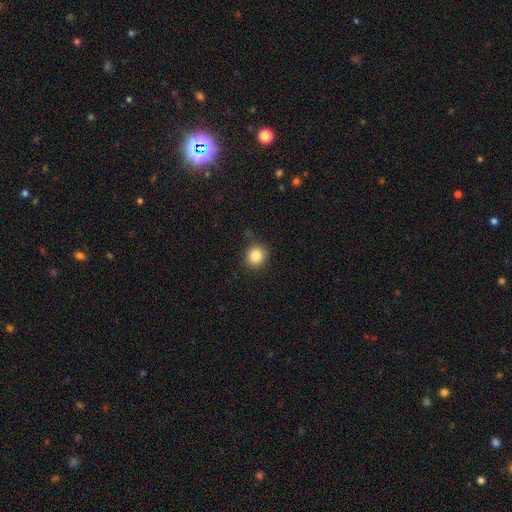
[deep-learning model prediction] A smooth galaxy with no disk features (85%) that is round (88%).

Vote fractions:
- Smooth or featured? smooth: 85% / star or artifact: 10% / featured or disk: 5%
- How rounded? round: 88% / in between: 11% / cigar-shaped: 1%
- Merging? none: 85% / minor disturbance: 10% / major disturbance: 3% / merger: 2%